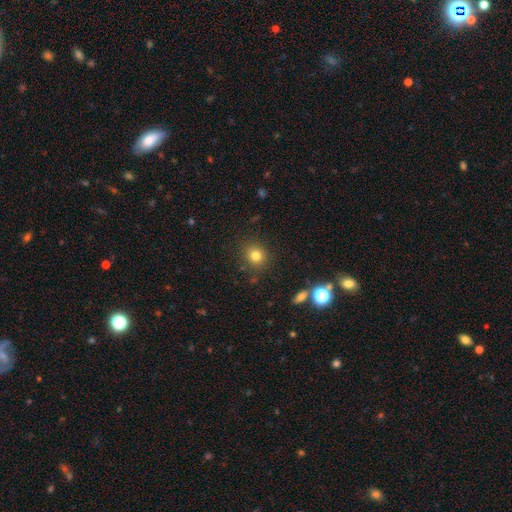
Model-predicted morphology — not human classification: Smooth or featured? Predicted: smooth (p=0.79). How rounded? Predicted: round (p=0.85). Merging? Predicted: none (p=0.86).